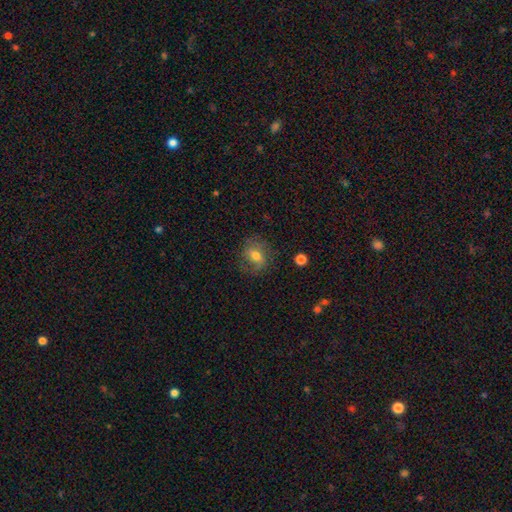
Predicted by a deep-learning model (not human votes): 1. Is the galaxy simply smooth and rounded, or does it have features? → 53% smooth, 36% featured or disk, 11% star or artifact.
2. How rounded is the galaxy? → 61% round, 38% in between, 1% cigar-shaped.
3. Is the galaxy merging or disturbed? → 72% none, 18% minor disturbance, 8% major disturbance, 1% merger.